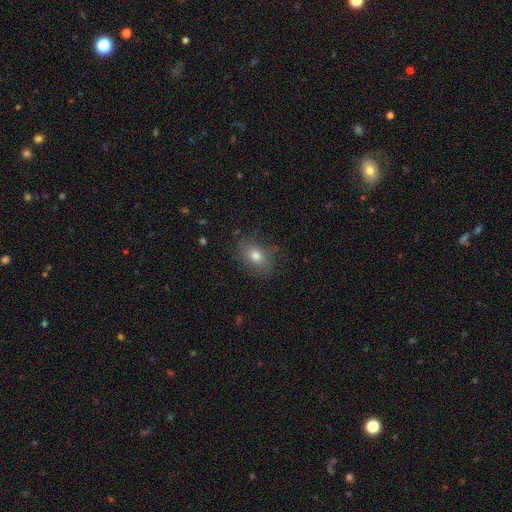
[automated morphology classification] smooth_or_featured: smooth (p=0.77) [alt: featured or disk p=0.13]
how_rounded: in between (p=0.73) [alt: round p=0.25]
merging: none (p=0.79) [alt: minor disturbance p=0.15]